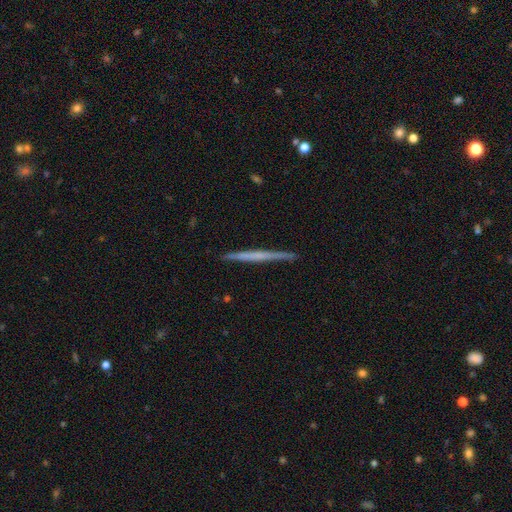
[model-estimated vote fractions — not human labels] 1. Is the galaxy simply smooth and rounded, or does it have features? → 57% featured or disk, 37% smooth, 6% star or artifact.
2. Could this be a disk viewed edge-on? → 98% yes, 2% no.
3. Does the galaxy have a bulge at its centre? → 84% none, 11% rounded, 6% boxy.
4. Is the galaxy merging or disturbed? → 91% none, 6% minor disturbance, 1% major disturbance, 1% merger.